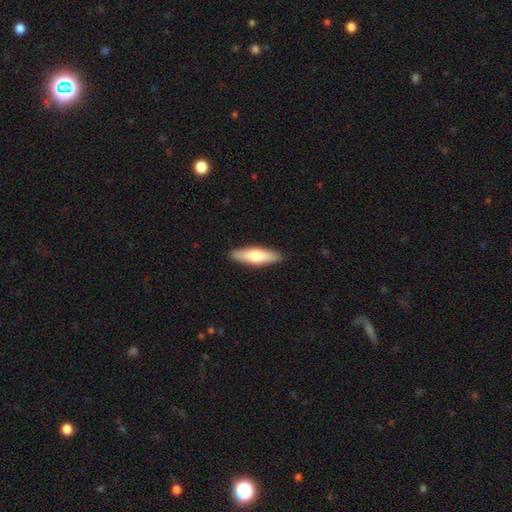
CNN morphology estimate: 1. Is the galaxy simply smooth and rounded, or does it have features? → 67% smooth, 28% featured or disk, 5% star or artifact.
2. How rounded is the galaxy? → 64% cigar-shaped, 35% in between, 2% round.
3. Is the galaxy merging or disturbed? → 89% none, 8% minor disturbance, 2% major disturbance, 1% merger.